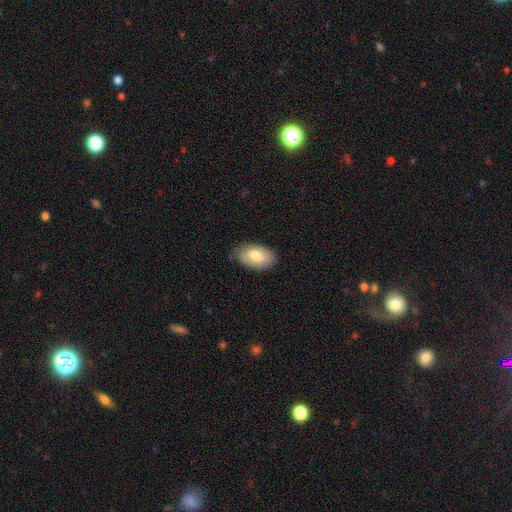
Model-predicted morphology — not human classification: Smooth or featured?
  - smooth: 69% *
  - featured or disk: 25%
  - star or artifact: 6%
How rounded?
  - in between: 94% *
  - round: 5%
  - cigar-shaped: 1%
Merging?
  - none: 76% *
  - minor disturbance: 19%
  - major disturbance: 4%
  - merger: 1%